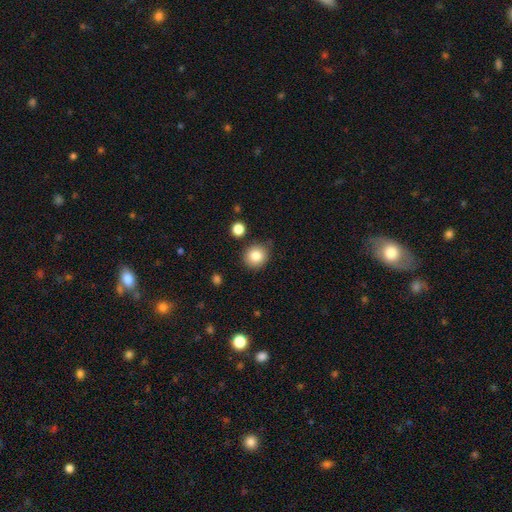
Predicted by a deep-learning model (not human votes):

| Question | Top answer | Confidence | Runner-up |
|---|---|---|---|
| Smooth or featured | smooth | 84% | star or artifact (9%) |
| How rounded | round | 86% | in between (13%) |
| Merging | none | 82% | minor disturbance (12%) |